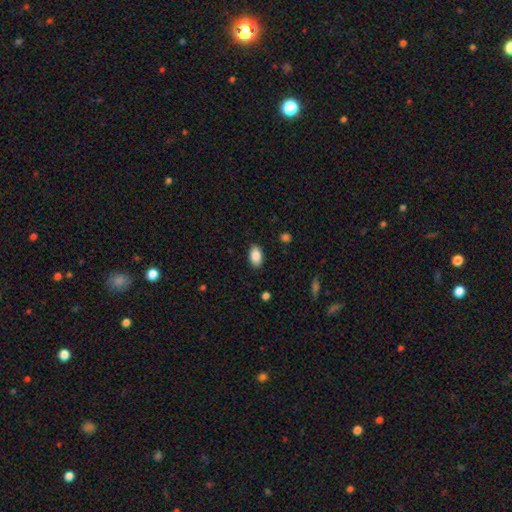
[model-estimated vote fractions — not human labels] Smooth or featured: smooth — 87% (star or artifact — 7%)
How rounded: in between — 92% (round — 6%)
Merging: none — 87% (minor disturbance — 10%)